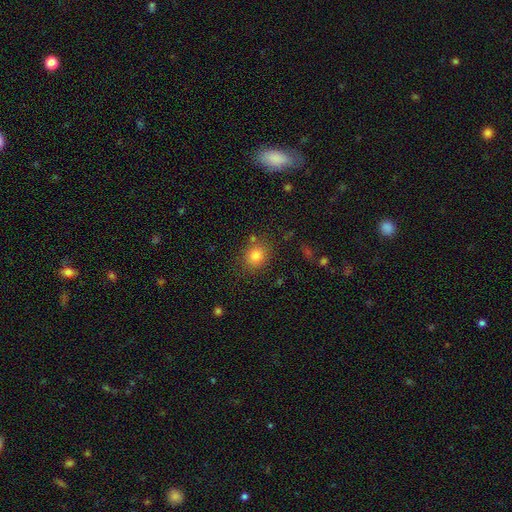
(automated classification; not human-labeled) Overall: smooth (82%). How rounded: round (68%; in between 31%). Merging: none (79%).